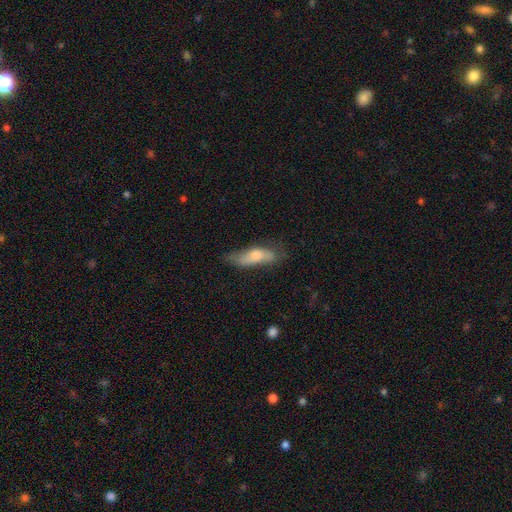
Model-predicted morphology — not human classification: The model was most divided on "how rounded": cigar-shaped: 52%, in between: 46%, round: 2%. More confident: smooth or featured — smooth (66%); merging — none (50%).